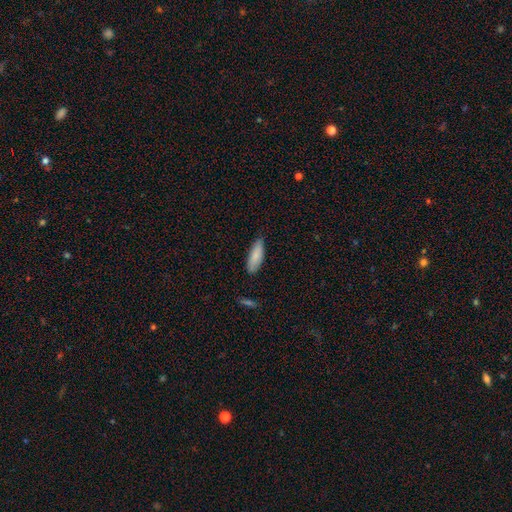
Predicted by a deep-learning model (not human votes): smooth 86%, featured or disk 9%, star or artifact 6%. Down the decision tree: how rounded — in between (61%); merging — none (78%).